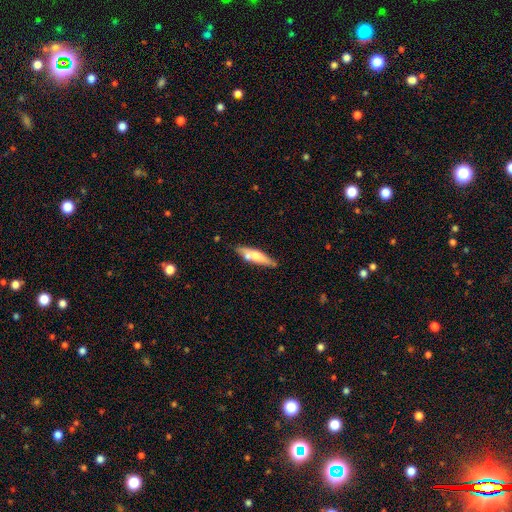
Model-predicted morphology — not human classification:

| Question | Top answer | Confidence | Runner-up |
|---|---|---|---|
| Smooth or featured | smooth | 59% | featured or disk (35%) |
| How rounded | cigar-shaped | 72% | in between (26%) |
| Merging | none | 69% | minor disturbance (17%) |